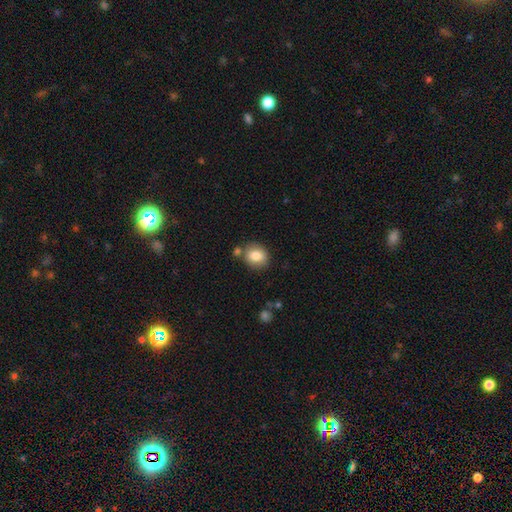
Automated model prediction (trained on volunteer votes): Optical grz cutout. It shows a smooth galaxy with no disk features (82%) that is round (71%). Merging: none (72%).